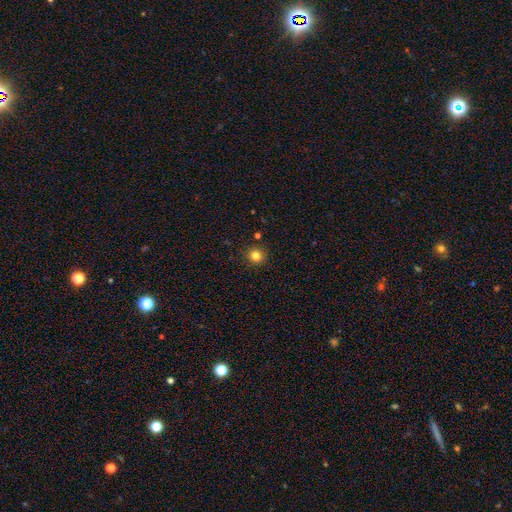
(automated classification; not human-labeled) Morphology: type=smooth (81%); roundness=round (92%); merging=none (90%).